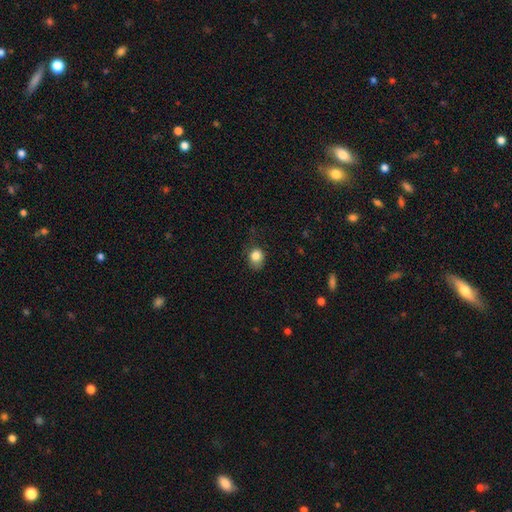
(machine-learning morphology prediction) A smooth galaxy with no disk features (82%) that is round (59%). Merging: none (60%).